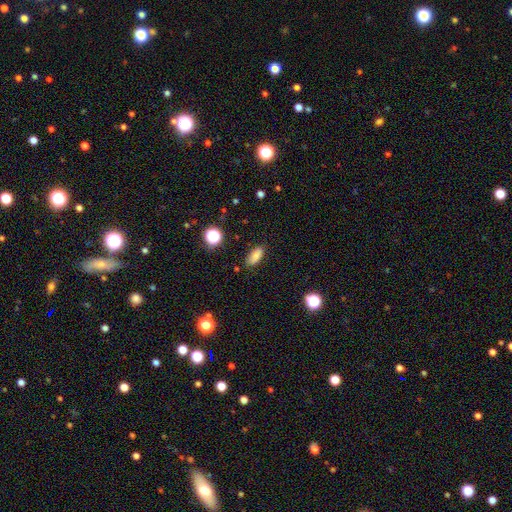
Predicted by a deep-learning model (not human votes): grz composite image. It shows a smooth galaxy with no disk features (82%) that is in between round and cigar-shaped (86%). Merging: none (84%).